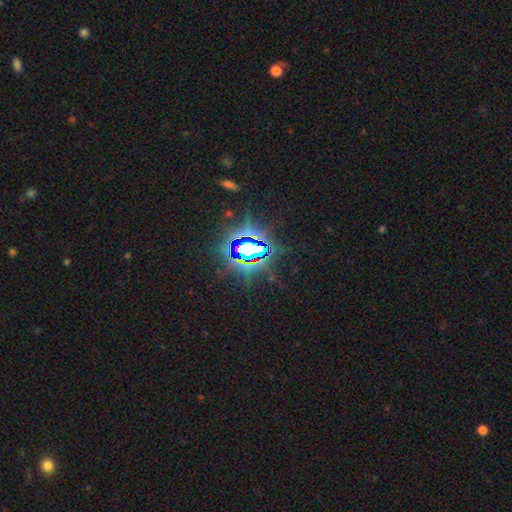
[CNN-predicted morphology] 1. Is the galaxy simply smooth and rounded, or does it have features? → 83% star or artifact, 9% smooth, 8% featured or disk.